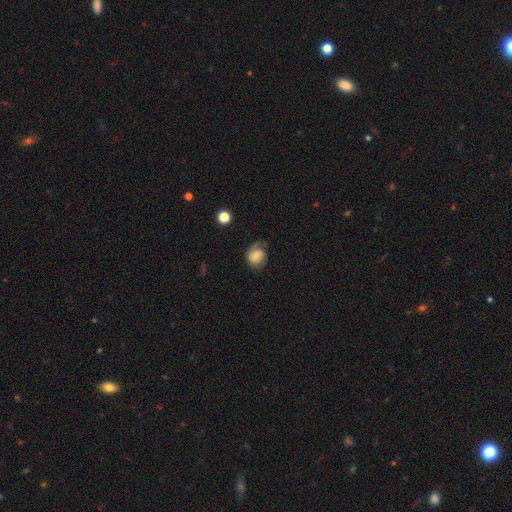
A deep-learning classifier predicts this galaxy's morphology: Q: Smooth or featured?
A: smooth (58%); runner-up: featured or disk (33%)
Q: How rounded?
A: round (62%); runner-up: in between (37%)
Q: Merging?
A: none (47%); runner-up: minor disturbance (31%)